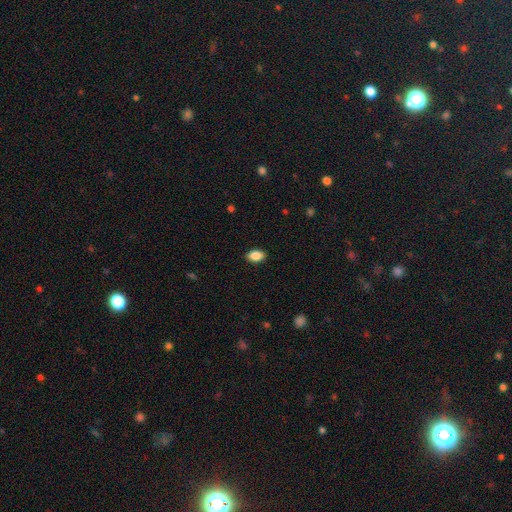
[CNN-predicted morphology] Smooth or featured: smooth — 88% (star or artifact — 8%)
How rounded: in between — 89% (round — 9%)
Merging: none — 89% (minor disturbance — 8%)